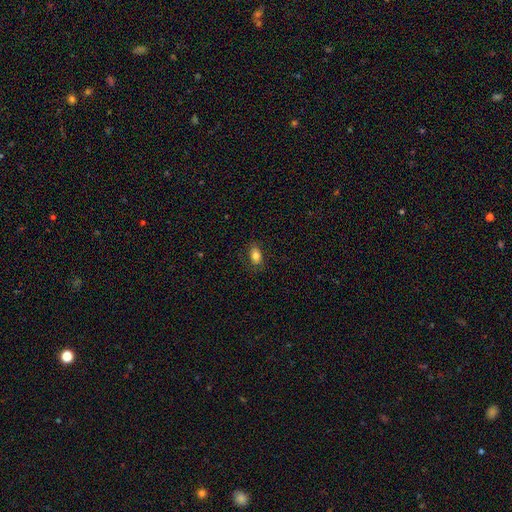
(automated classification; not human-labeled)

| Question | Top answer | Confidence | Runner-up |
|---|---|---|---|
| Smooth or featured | smooth | 80% | featured or disk (11%) |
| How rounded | in between | 88% | round (10%) |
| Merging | none | 81% | minor disturbance (14%) |